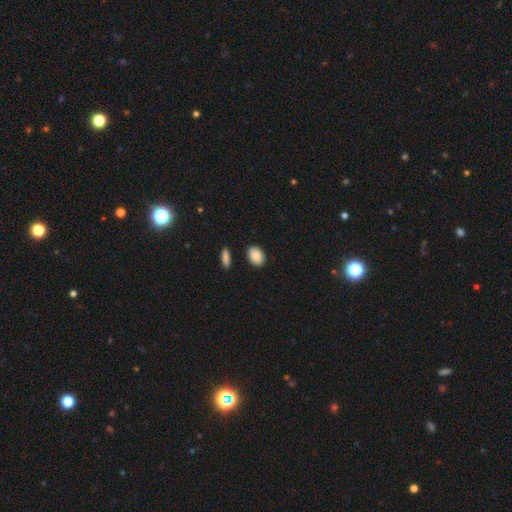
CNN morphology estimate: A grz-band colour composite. It shows a smooth galaxy with no disk features (89%) that is in between round and cigar-shaped (80%). Merging: none (85%).